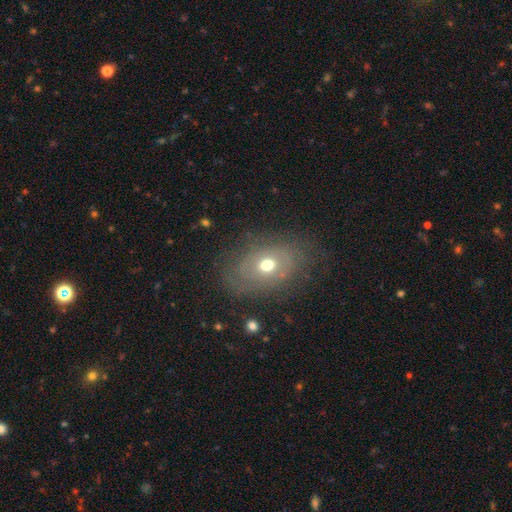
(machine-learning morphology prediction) Q: Smooth or featured?
A: smooth (51%); runner-up: featured or disk (27%)
Q: How rounded?
A: in between (78%); runner-up: round (20%)
Q: Merging?
A: none (85%); runner-up: minor disturbance (10%)